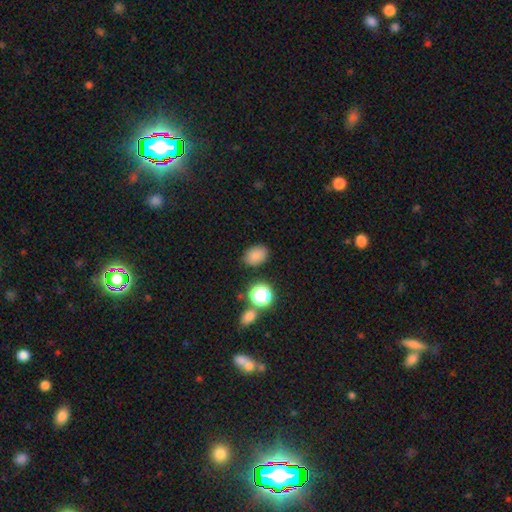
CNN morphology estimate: smooth-or-featured: smooth: 82% | star or artifact: 13% | featured or disk: 6%
  how-rounded: in between: 73% | round: 26% | cigar-shaped: 1%
  merging: none: 82% | minor disturbance: 12% | major disturbance: 3% | merger: 3%